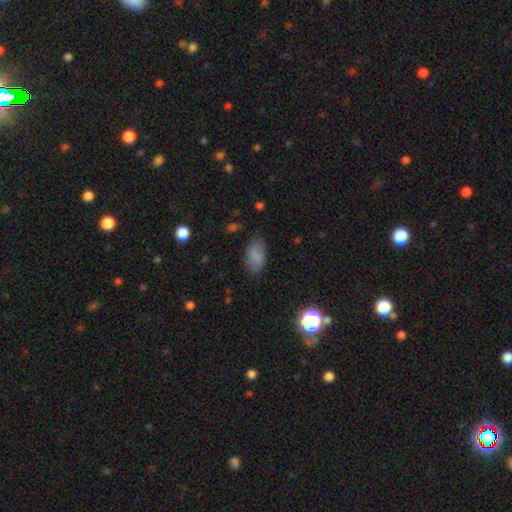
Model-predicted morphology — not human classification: A smooth galaxy with no disk features (79%) that is in between round and cigar-shaped (92%).

Vote fractions:
- Smooth or featured? smooth: 79% / star or artifact: 11% / featured or disk: 10%
- How rounded? in between: 92% / round: 5% / cigar-shaped: 3%
- Merging? none: 75% / minor disturbance: 18% / major disturbance: 5% / merger: 1%